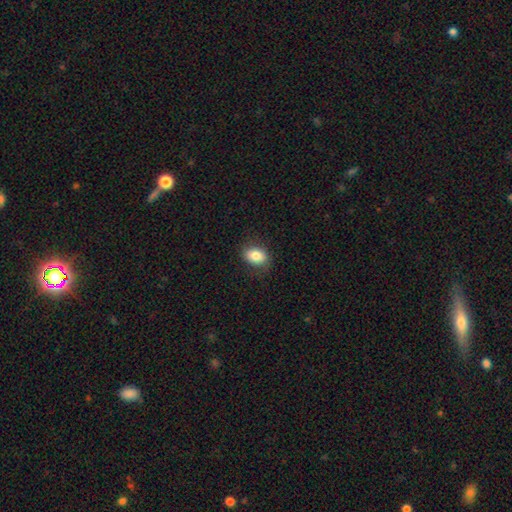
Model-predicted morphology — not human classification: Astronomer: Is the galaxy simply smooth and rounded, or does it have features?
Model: smooth — 82%.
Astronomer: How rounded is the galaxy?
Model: in between — 77%.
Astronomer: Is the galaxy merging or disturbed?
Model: none — 83%.